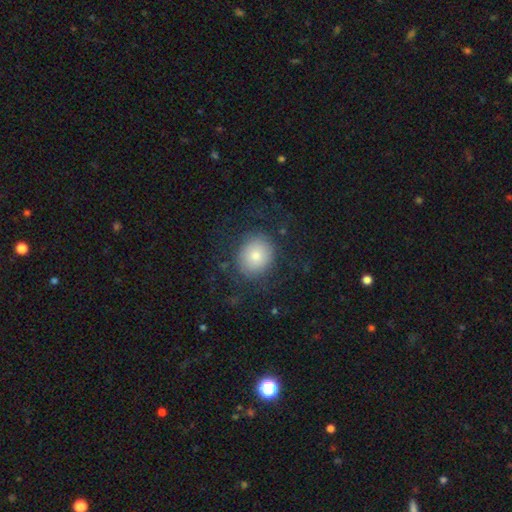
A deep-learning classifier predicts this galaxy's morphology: This appears to be a smooth galaxy with no disk features (73%) that is round (72%). Merging: none (71%).